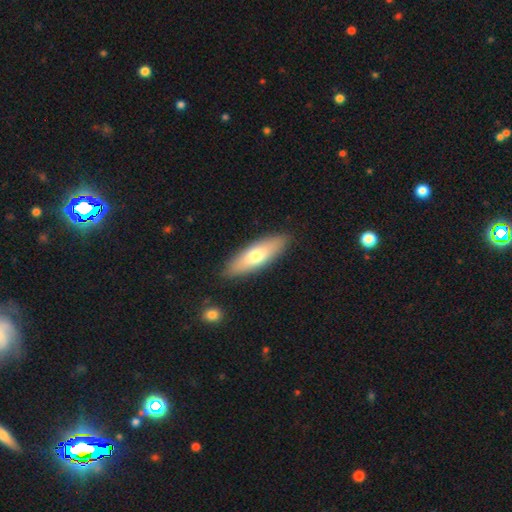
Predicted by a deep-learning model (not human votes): A smooth galaxy with no disk features (66%) that is in between round and cigar-shaped (49%, tied with cigar-shaped). Merging: none (87%).